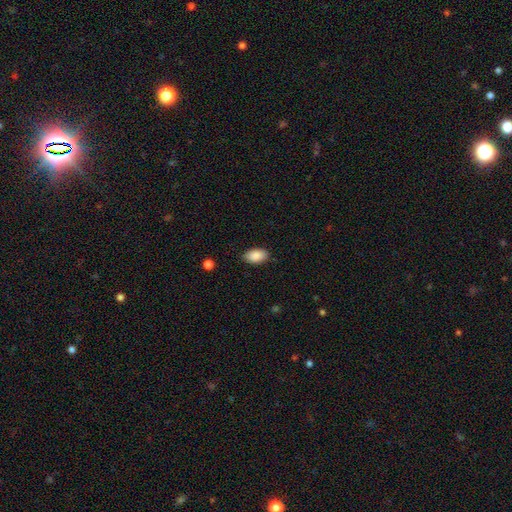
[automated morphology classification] The model was most divided on "merging": none: 86%, minor disturbance: 11%, major disturbance: 2%, merger: 1%. More confident: how rounded — in between (94%); smooth or featured — smooth (89%).